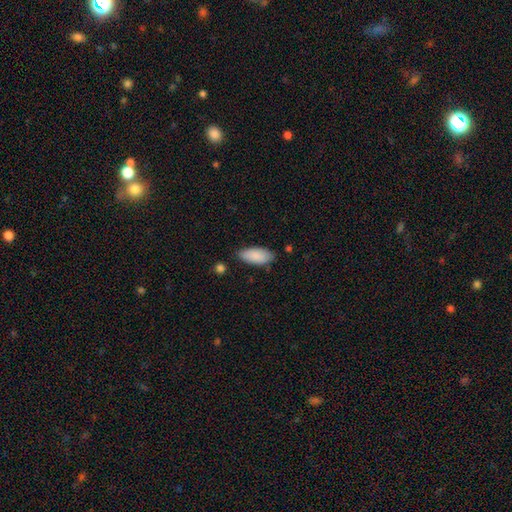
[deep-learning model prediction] Smooth or featured?
  - smooth: 89% *
  - star or artifact: 6%
  - featured or disk: 5%
How rounded?
  - in between: 88% *
  - cigar-shaped: 10%
  - round: 2%
Merging?
  - none: 78% *
  - minor disturbance: 17%
  - major disturbance: 3%
  - merger: 2%